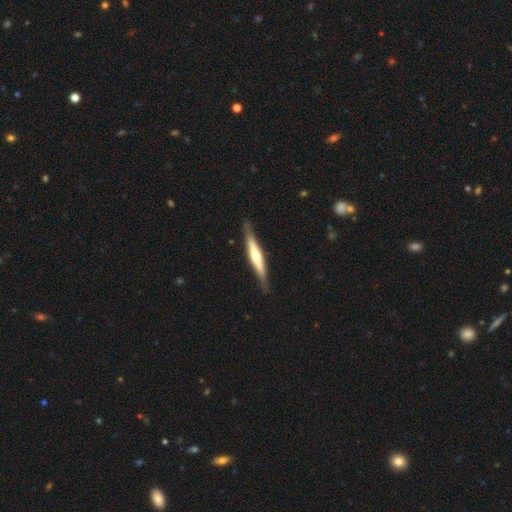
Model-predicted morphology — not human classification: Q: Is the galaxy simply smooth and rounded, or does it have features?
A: featured or disk — 61%.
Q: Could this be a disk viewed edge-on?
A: yes — 94%.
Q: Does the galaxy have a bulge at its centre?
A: rounded — 82%.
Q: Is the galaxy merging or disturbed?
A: none — 84%.